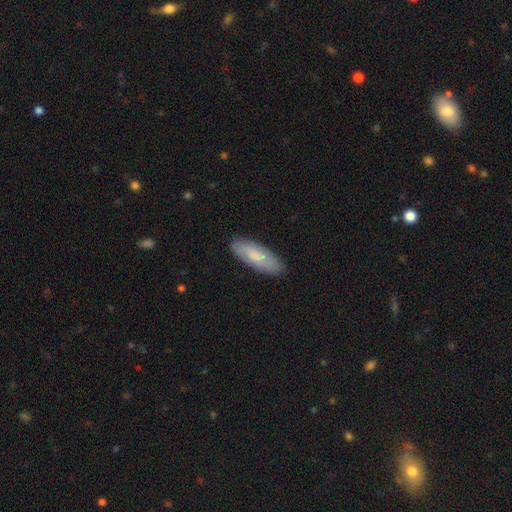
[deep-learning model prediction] Smooth or featured? Predicted: smooth (p=0.74). How rounded? Predicted: in between (p=0.66). Merging? Predicted: none (p=0.86).